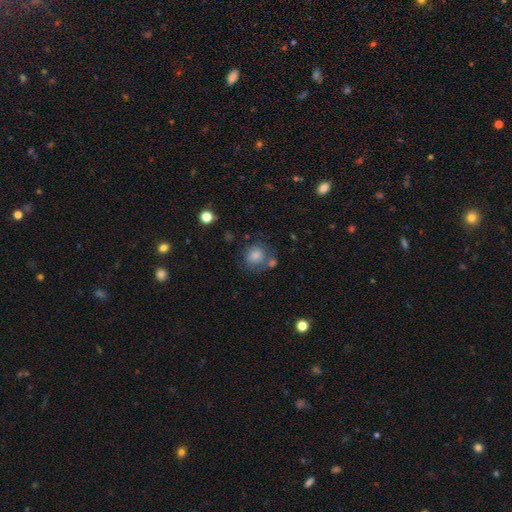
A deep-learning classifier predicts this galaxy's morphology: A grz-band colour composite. It shows a smooth galaxy with no disk features (76%) that is round (77%). Merging: none (54%).